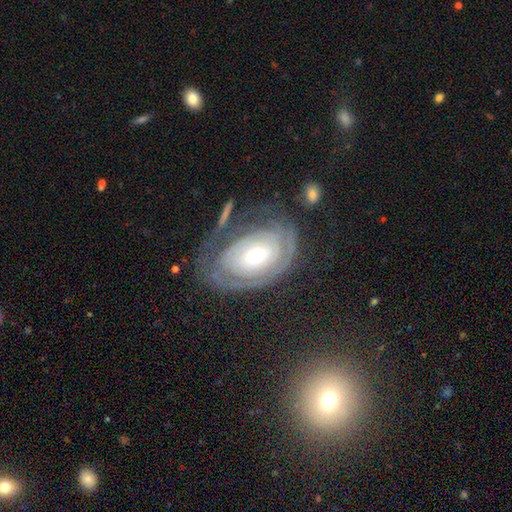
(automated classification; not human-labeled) The model was most divided on "spiral arm count": can't tell: 47%, 2: 25%, 1: 11%, 3: 8%, 4: 5%, more than 4: 4%. More confident: edge-on disk — no (95%); spiral arms — yes (83%); smooth or featured — featured or disk (80%); spiral winding — tight (78%); bar — no (70%); bulge size — moderate (58%); merging — none (57%).